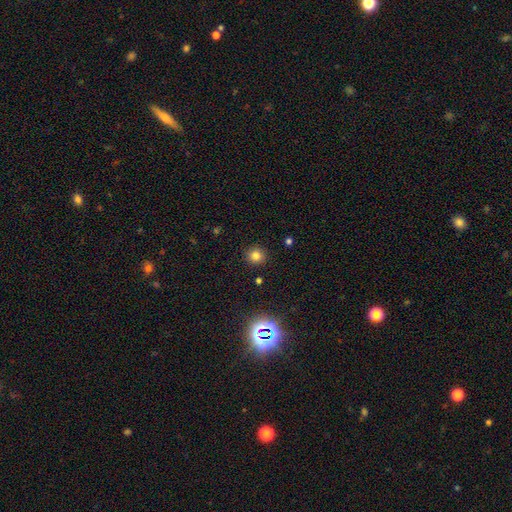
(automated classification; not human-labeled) Smooth or featured: smooth — 78% (star or artifact — 16%)
How rounded: round — 92% (in between — 7%)
Merging: none — 90% (minor disturbance — 6%)